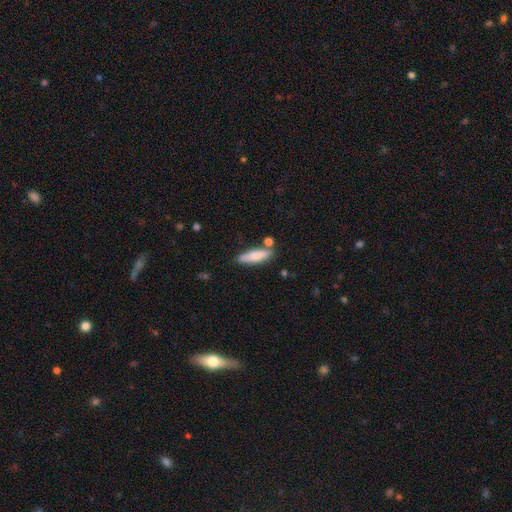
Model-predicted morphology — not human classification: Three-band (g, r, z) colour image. It shows a smooth galaxy with no disk features (74%) that is cigar-shaped (64%). Merging: none (72%).